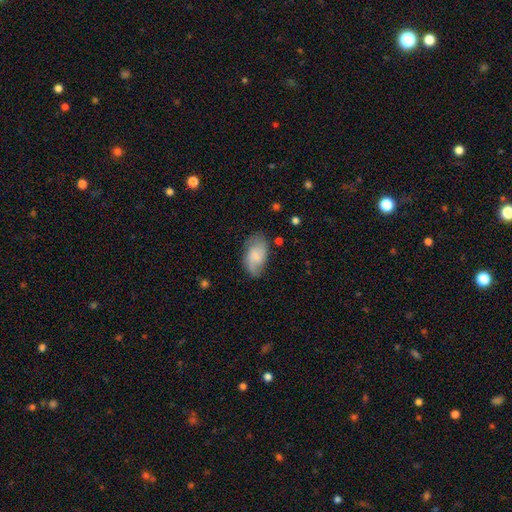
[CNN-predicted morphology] This appears to be a smooth galaxy with no disk features (59%) that is in between round and cigar-shaped (93%). Merging: none (68%).